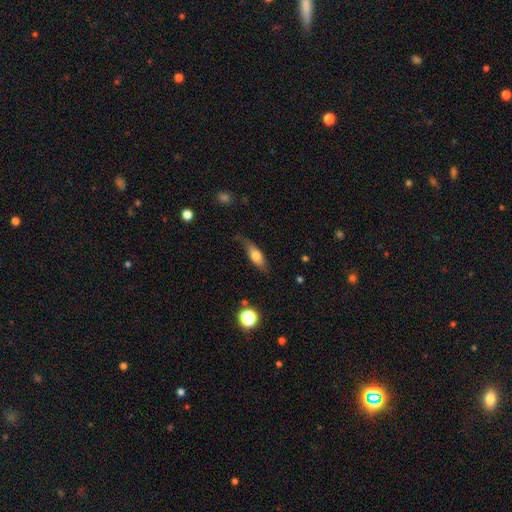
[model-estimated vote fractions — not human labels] Smooth or featured: smooth — 62% (featured or disk — 30%)
How rounded: in between — 61% (cigar-shaped — 35%)
Merging: none — 64% (minor disturbance — 25%)